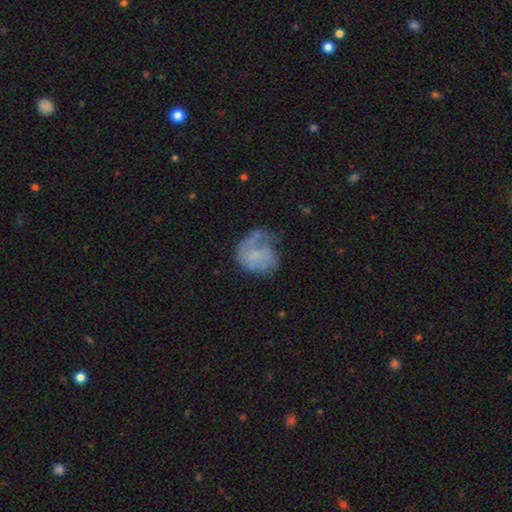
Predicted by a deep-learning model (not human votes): smooth_or_featured: smooth (p=0.46) [alt: featured or disk p=0.45]
merging: none (p=0.36) [alt: major disturbance p=0.34]